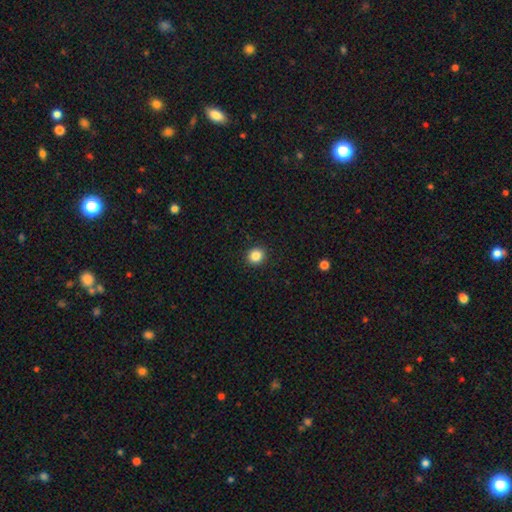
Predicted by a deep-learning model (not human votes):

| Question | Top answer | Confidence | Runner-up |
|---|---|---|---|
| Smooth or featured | smooth | 85% | star or artifact (11%) |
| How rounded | round | 87% | in between (12%) |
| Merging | none | 93% | minor disturbance (5%) |